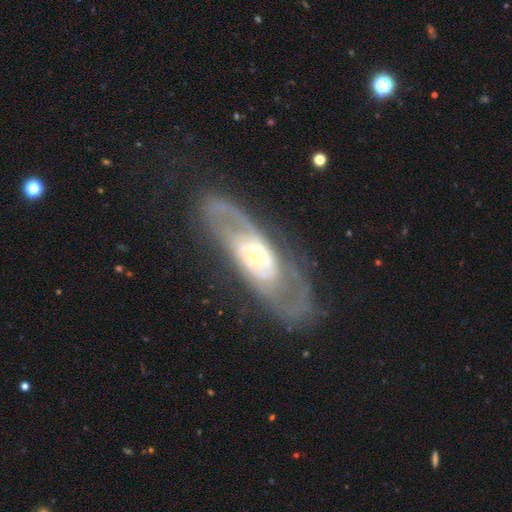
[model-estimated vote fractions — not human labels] smooth-or-featured: featured or disk: 81% | smooth: 14% | star or artifact: 6%
  disk-edge-on: no: 82% | yes: 18%
    bar: no: 63% | weak: 27% | strong: 10%
    has-spiral-arms: yes: 78% | no: 22%
      spiral-winding: tight: 48% | medium: 36% | loose: 16%
      spiral-arm-count: 2: 43% | can't tell: 38% | 1: 7% | 3: 6% | 4: 3% | more than 4: 3%
    bulge-size: moderate: 60% | small: 26% | large: 11% | dominant: 2% | none: 1%
  merging: none: 65% | minor disturbance: 17% | major disturbance: 16% | merger: 2%